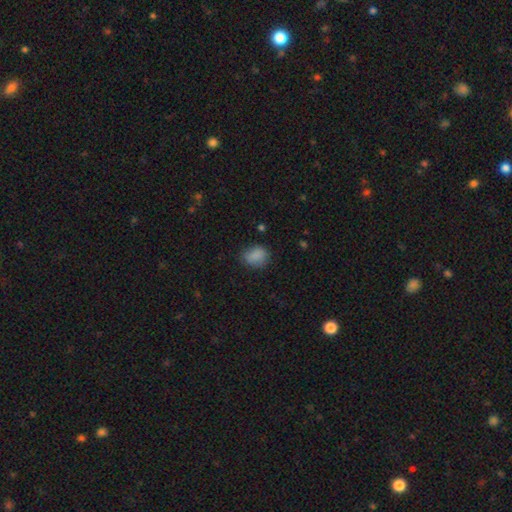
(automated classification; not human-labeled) Smooth or featured: smooth — 85% (star or artifact — 10%)
How rounded: in between — 57% (round — 41%)
Merging: none — 71% (minor disturbance — 22%)